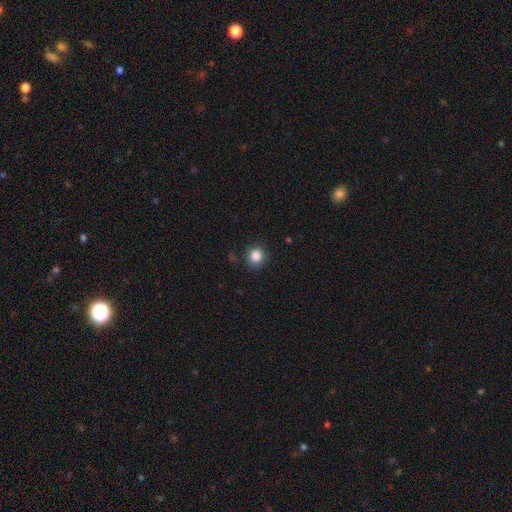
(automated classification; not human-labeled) A smooth galaxy with no disk features (86%) that is round (82%). Merging: none (86%).